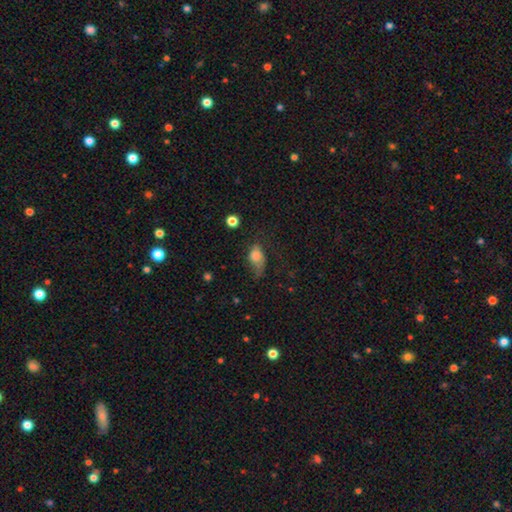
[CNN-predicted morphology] smooth 71%, featured or disk 17%, star or artifact 12%. Down the decision tree: how rounded — in between (78%); merging — minor disturbance (34%).